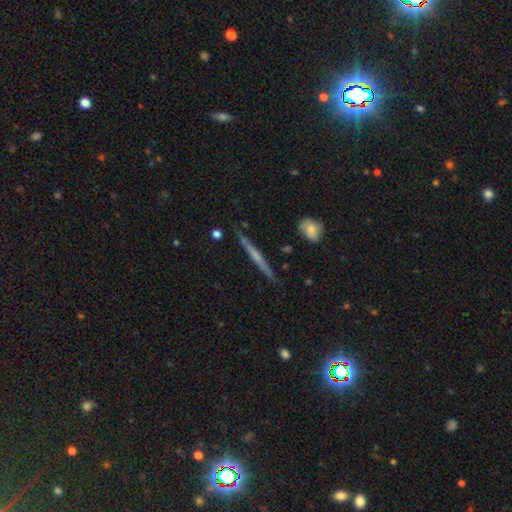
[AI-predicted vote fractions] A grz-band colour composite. It shows a featured or disk galaxy (63%) viewed edge-on (97%) with no central bulge (64%). Merging: none (88%).